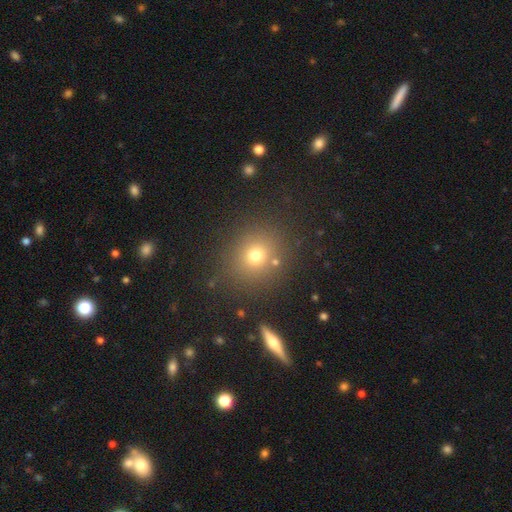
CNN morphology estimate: A smooth galaxy with no disk features (71%) that is round (83%).

Vote fractions:
- Smooth or featured? smooth: 71% / star or artifact: 20% / featured or disk: 9%
- How rounded? round: 83% / in between: 16% / cigar-shaped: 1%
- Merging? none: 82% / minor disturbance: 9% / merger: 4% / major disturbance: 4%